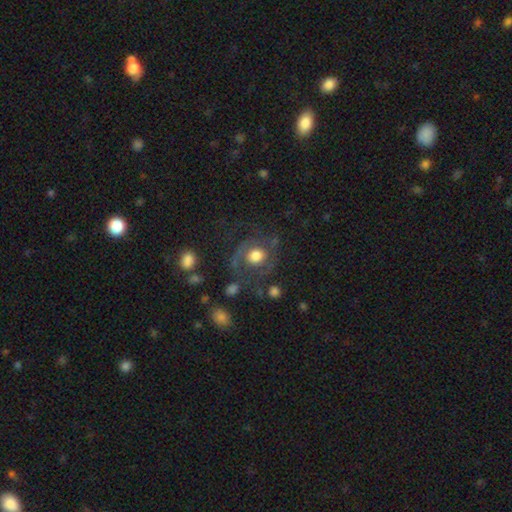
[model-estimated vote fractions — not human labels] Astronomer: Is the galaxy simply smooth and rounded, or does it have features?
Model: featured or disk — 62%.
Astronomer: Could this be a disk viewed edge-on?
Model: no — 97%.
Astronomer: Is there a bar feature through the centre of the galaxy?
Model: no — 79%.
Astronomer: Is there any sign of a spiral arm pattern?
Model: yes — 80%.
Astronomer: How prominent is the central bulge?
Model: moderate — 49% (runner-up: large, 39%).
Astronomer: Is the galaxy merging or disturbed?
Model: none — 61%.